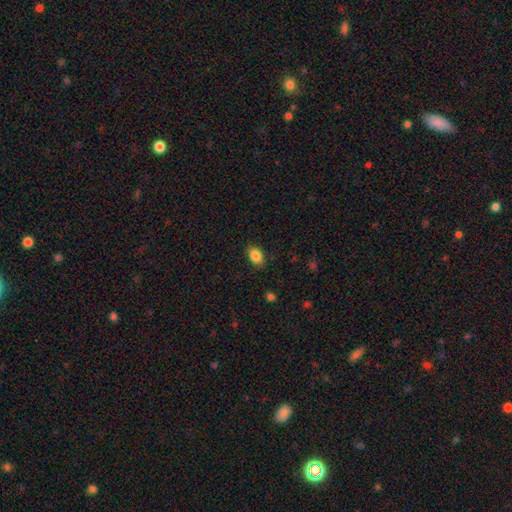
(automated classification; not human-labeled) This is clearly a smooth galaxy (87%). How rounded: clearly in between (84%). Merging: clearly none (86%).